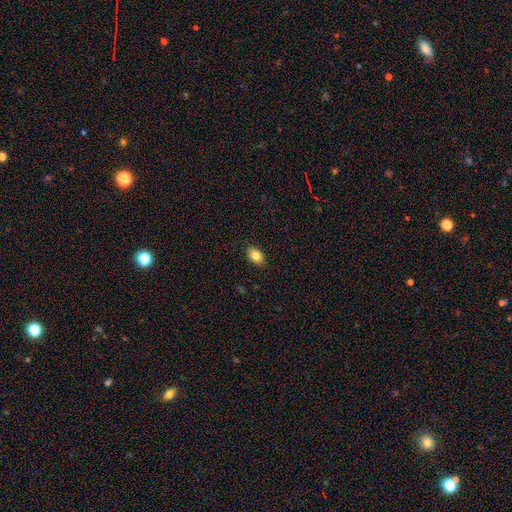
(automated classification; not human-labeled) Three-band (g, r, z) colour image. It shows a smooth galaxy with no disk features (84%) that is in between round and cigar-shaped (84%). Merging: none (89%).